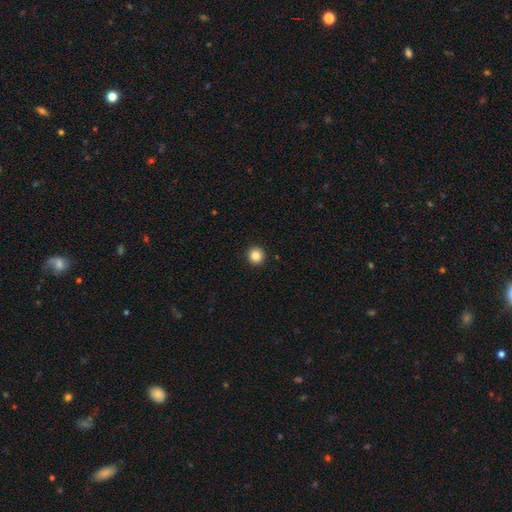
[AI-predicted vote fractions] Q: Smooth or featured?
A: smooth (87%); runner-up: star or artifact (10%)
Q: How rounded?
A: round (95%); runner-up: in between (4%)
Q: Merging?
A: none (93%); runner-up: minor disturbance (4%)